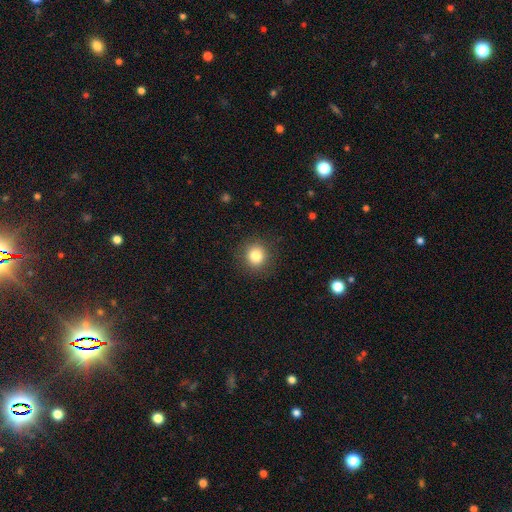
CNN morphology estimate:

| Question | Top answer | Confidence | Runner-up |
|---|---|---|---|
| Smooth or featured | smooth | 82% | star or artifact (11%) |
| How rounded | round | 91% | in between (8%) |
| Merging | none | 90% | minor disturbance (6%) |